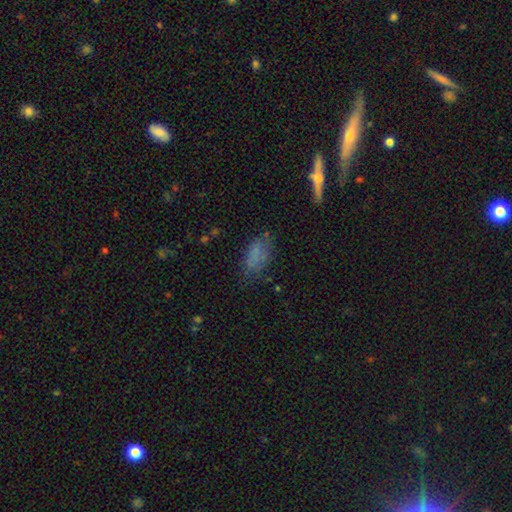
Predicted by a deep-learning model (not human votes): This is likely a smooth galaxy (69%). How rounded: clearly in between (89%). Merging: likely none (60%).